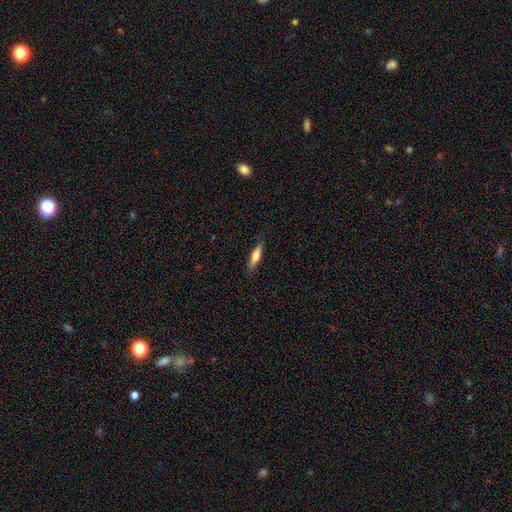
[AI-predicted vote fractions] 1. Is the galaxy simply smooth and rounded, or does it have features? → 65% smooth, 29% featured or disk, 6% star or artifact.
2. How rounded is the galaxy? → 74% cigar-shaped, 25% in between, 2% round.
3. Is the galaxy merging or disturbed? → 84% none, 13% minor disturbance, 3% major disturbance, 1% merger.